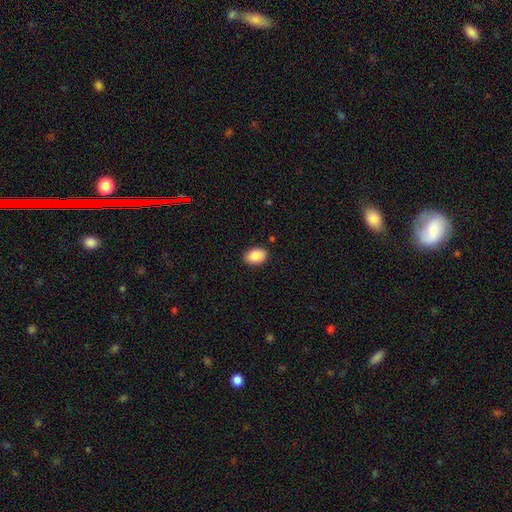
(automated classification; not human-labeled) A smooth galaxy with no disk features (88%) that is in between round and cigar-shaped (86%).

Vote fractions:
- Smooth or featured? smooth: 88% / star or artifact: 7% / featured or disk: 5%
- How rounded? in between: 86% / round: 13% / cigar-shaped: 1%
- Merging? none: 87% / minor disturbance: 10% / major disturbance: 2% / merger: 1%